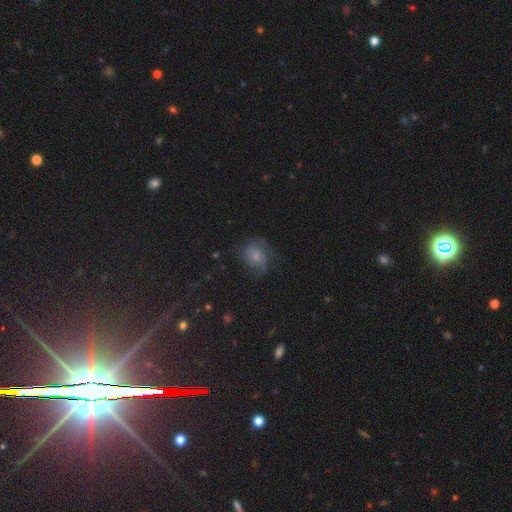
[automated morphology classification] Smooth or featured? featured or disk (53%)
Edge-on disk? no (97%)
Bar? no (72%)
Spiral arms? yes (86%)
Bulge size? small (50%)
Merging? none (53%)